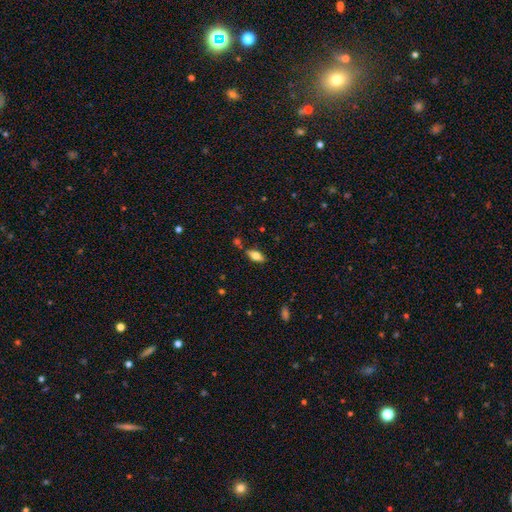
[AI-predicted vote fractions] Smooth or featured? Predicted: smooth (p=0.65). How rounded? Predicted: in between (p=0.80). Merging? Predicted: none (p=0.75).